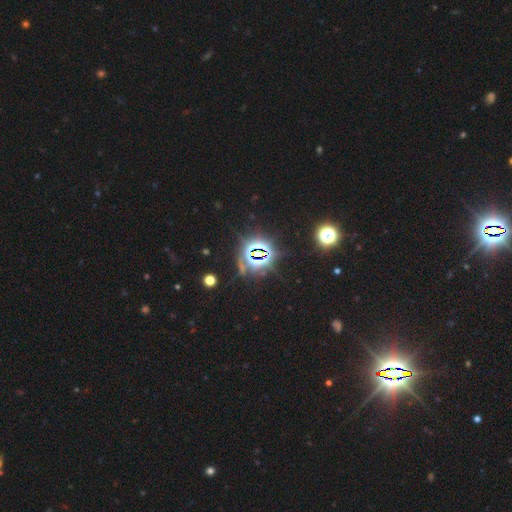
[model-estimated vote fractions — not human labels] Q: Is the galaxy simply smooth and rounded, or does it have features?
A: star or artifact — 83%.